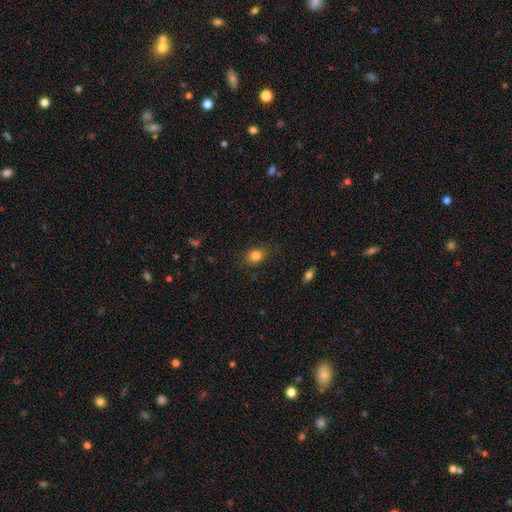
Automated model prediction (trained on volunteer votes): This appears to be a smooth galaxy with no disk features (83%) that is in between round and cigar-shaped (62%). Merging: none (84%).